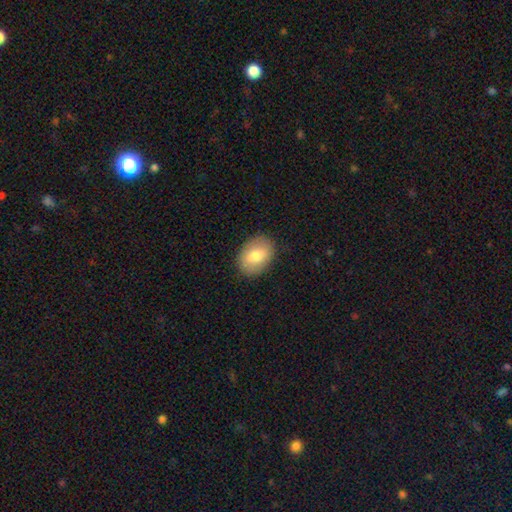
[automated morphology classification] Smooth or featured?
  - smooth: 76% *
  - featured or disk: 17%
  - star or artifact: 7%
How rounded?
  - in between: 75% *
  - round: 24%
  - cigar-shaped: 1%
Merging?
  - none: 88% *
  - minor disturbance: 9%
  - major disturbance: 2%
  - merger: 1%